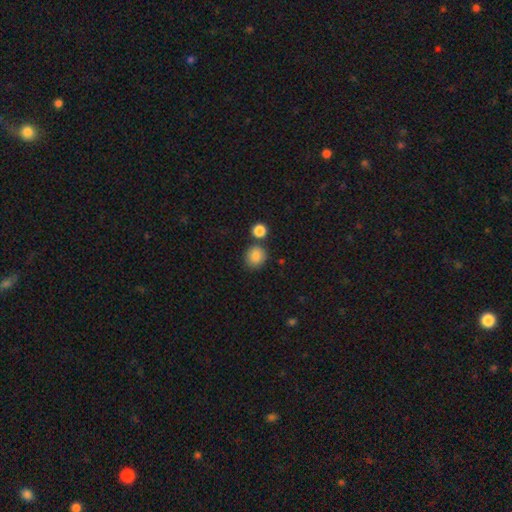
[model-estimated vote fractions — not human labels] A smooth galaxy with no disk features (86%) that is round (82%). Merging: none (74%).